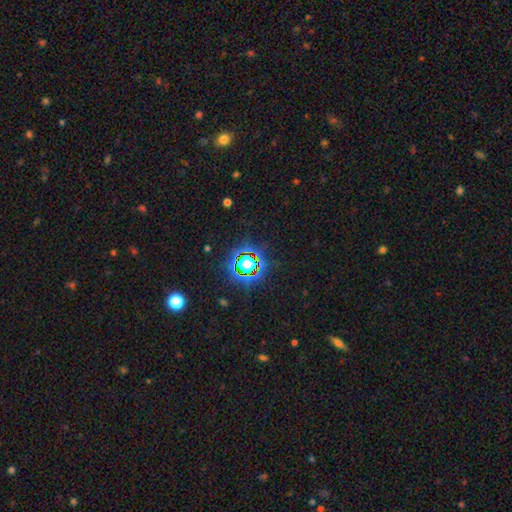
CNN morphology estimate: star or artifact 80%, smooth 13%, featured or disk 8%.